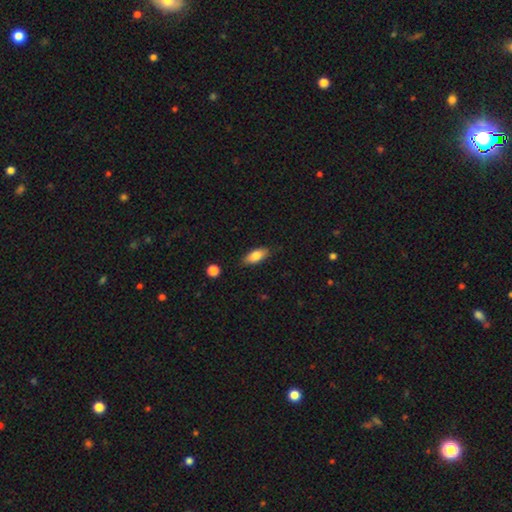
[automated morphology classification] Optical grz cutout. It shows a smooth galaxy with no disk features (82%) that is in between round and cigar-shaped (84%). Merging: none (84%).